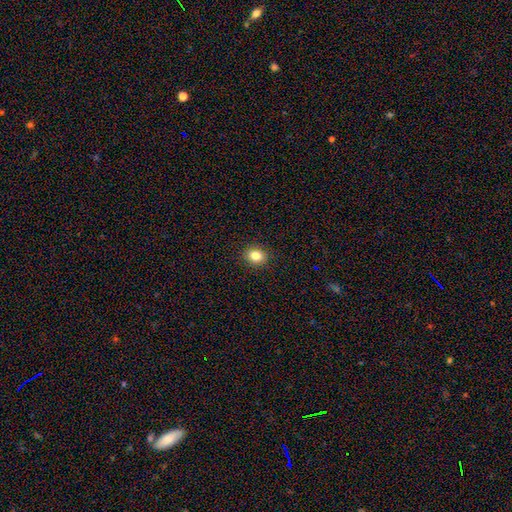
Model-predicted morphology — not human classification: Smooth or featured? Predicted: smooth (p=0.83). How rounded? Predicted: round (p=0.58). Merging? Predicted: none (p=0.91).